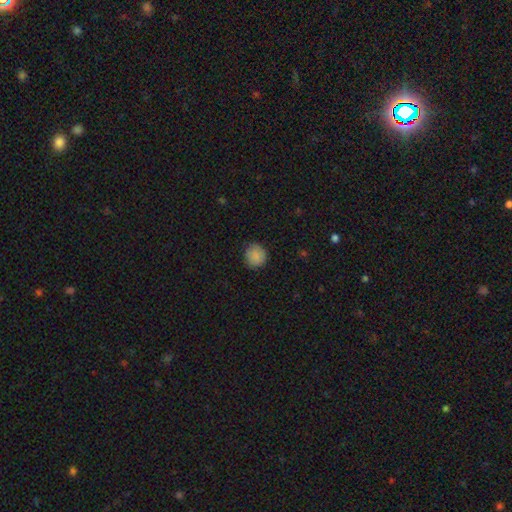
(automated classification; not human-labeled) smooth-or-featured: smooth: 87% | star or artifact: 9% | featured or disk: 4%
  how-rounded: round: 87% | in between: 12% | cigar-shaped: 1%
  merging: none: 83% | minor disturbance: 13% | major disturbance: 3% | merger: 1%